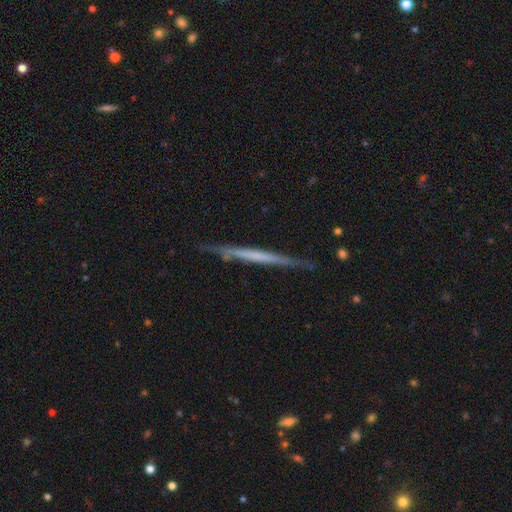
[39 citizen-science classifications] Smooth or featured? 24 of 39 (62%) said featured or disk. Edge-on disk? 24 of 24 (100%) said yes. Edge-on bulge? 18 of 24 (75%) said none. Merging? 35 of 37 (95%) said none.